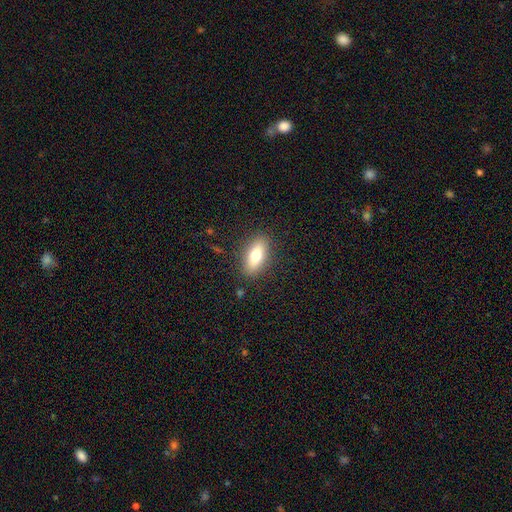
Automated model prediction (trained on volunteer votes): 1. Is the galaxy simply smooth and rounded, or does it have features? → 70% smooth, 22% featured or disk, 8% star or artifact.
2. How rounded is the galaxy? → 78% in between, 17% cigar-shaped, 5% round.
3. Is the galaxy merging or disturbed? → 87% none, 9% minor disturbance, 3% major disturbance, 1% merger.